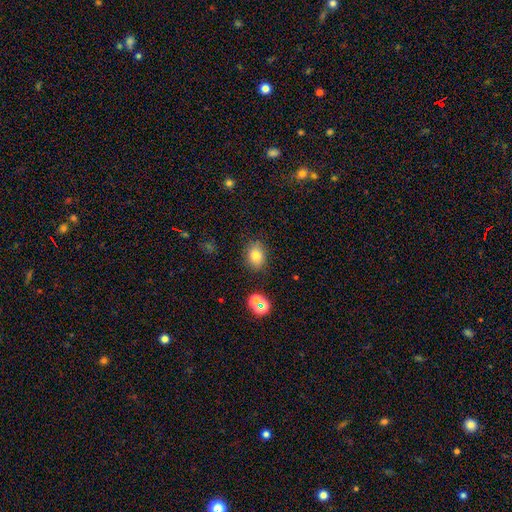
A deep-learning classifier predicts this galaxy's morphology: This is likely a smooth galaxy (77%). How rounded: possibly in between (51%). Merging: clearly none (83%).